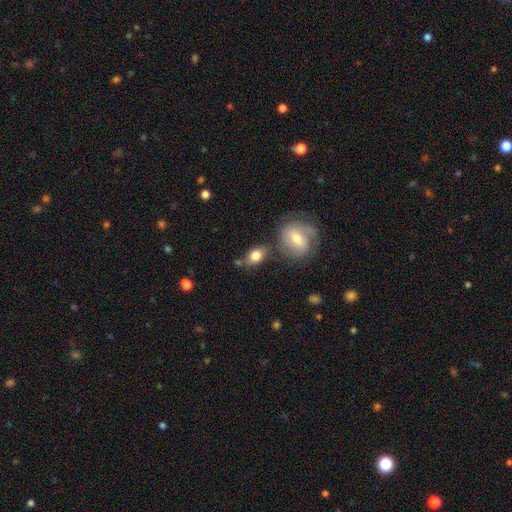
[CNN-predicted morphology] smooth_or_featured: smooth (p=0.76) [alt: featured or disk p=0.16]
how_rounded: in between (p=0.75) [alt: round p=0.21]
merging: none (p=0.61) [alt: minor disturbance p=0.17]